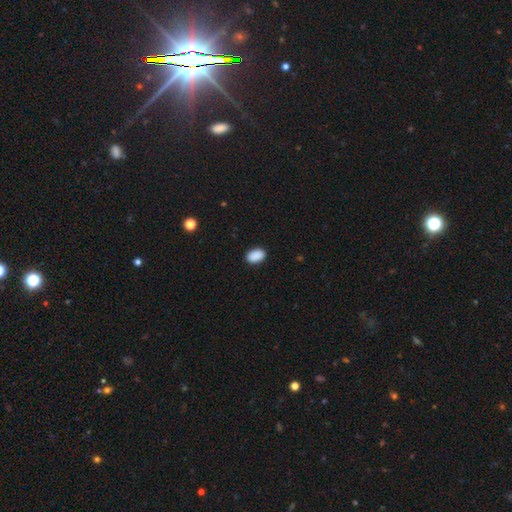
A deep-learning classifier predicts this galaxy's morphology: This appears to be a smooth galaxy with no disk features (90%) that is in between round and cigar-shaped (88%). Merging: none (88%).